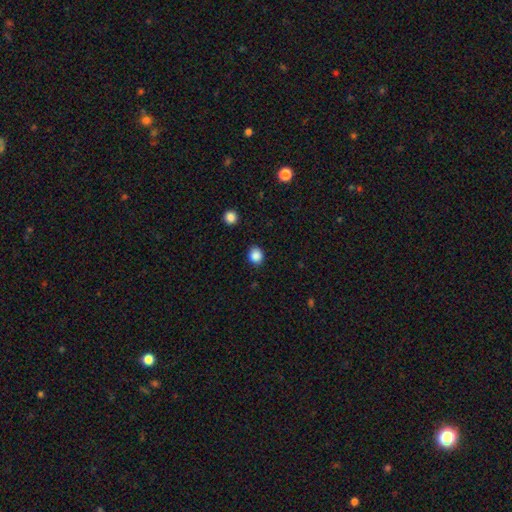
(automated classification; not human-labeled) This appears to be a smooth galaxy with no disk features (87%) that is round (73%). Merging: none (87%).